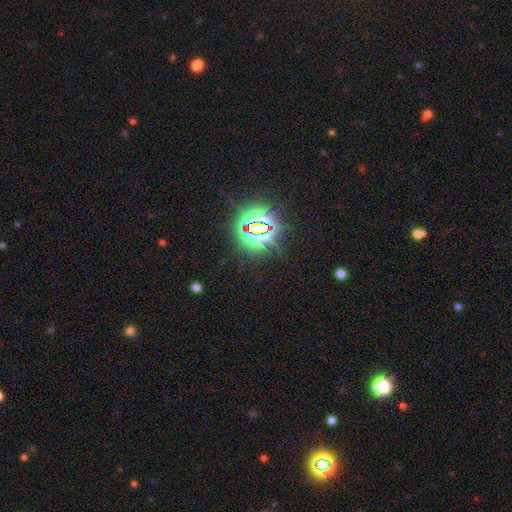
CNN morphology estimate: Q: Smooth or featured?
A: star or artifact (81%); runner-up: smooth (13%)